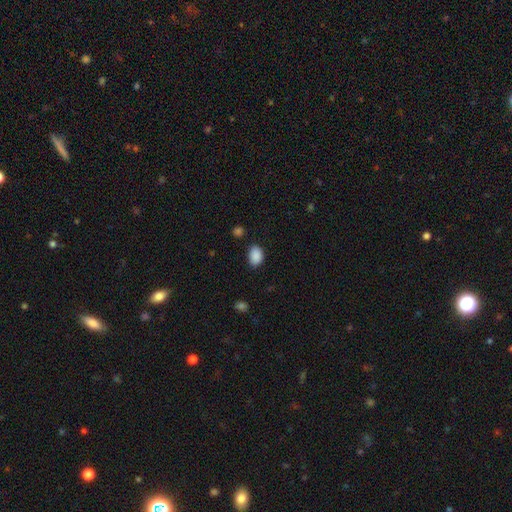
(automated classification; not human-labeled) This appears to be a smooth galaxy with no disk features (89%) that is in between round and cigar-shaped (79%). Merging: none (80%).